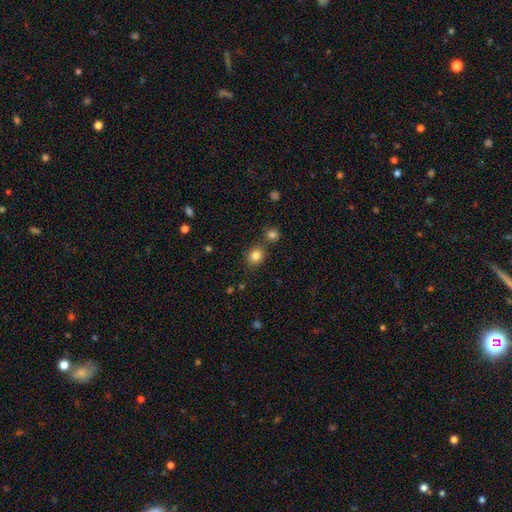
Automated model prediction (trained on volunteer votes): A smooth galaxy with no disk features (83%) that is round (70%).

Vote fractions:
- Smooth or featured? smooth: 83% / star or artifact: 12% / featured or disk: 6%
- How rounded? round: 70% / in between: 29% / cigar-shaped: 1%
- Merging? none: 75% / merger: 11% / minor disturbance: 11% / major disturbance: 3%